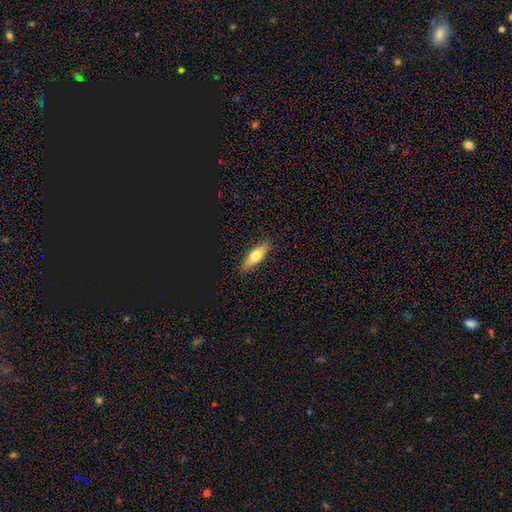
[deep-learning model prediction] Overall: smooth (63%; featured or disk 29%). How rounded: in between (50%; cigar-shaped 47%). Merging: none (86%).